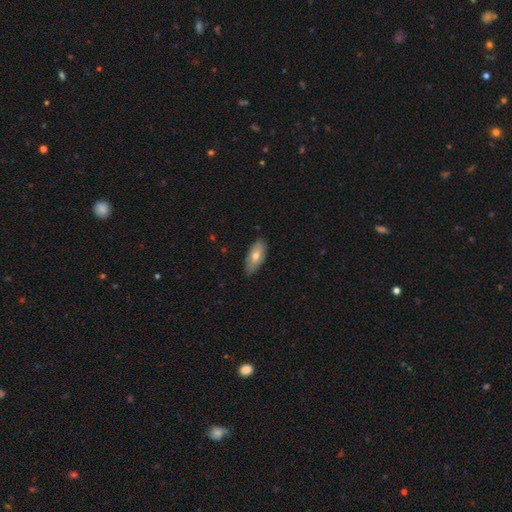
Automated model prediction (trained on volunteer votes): A smooth galaxy with no disk features (66%) that is in between round and cigar-shaped (86%).

Vote fractions:
- Smooth or featured? smooth: 66% / featured or disk: 28% / star or artifact: 6%
- How rounded? in between: 86% / cigar-shaped: 11% / round: 3%
- Merging? none: 83% / minor disturbance: 14% / major disturbance: 2% / merger: 1%